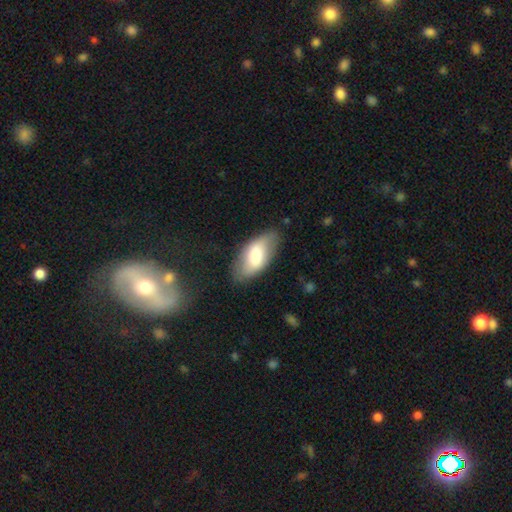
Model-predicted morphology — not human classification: A smooth galaxy with no disk features (72%) that is in between round and cigar-shaped (91%). Merging: none (75%).